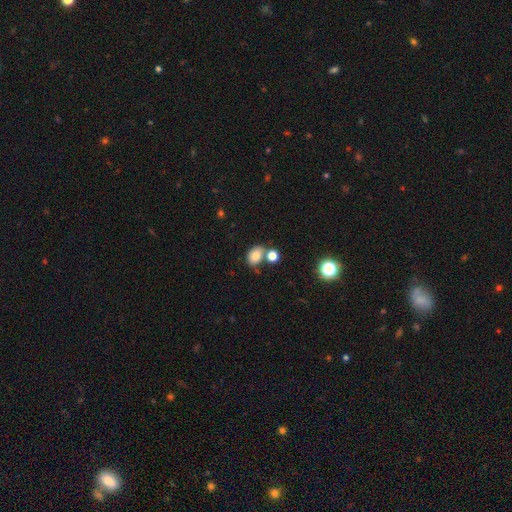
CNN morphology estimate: smooth 80%, star or artifact 11%, featured or disk 8%. Down the decision tree: how rounded — in between (71%); merging — none (54%).